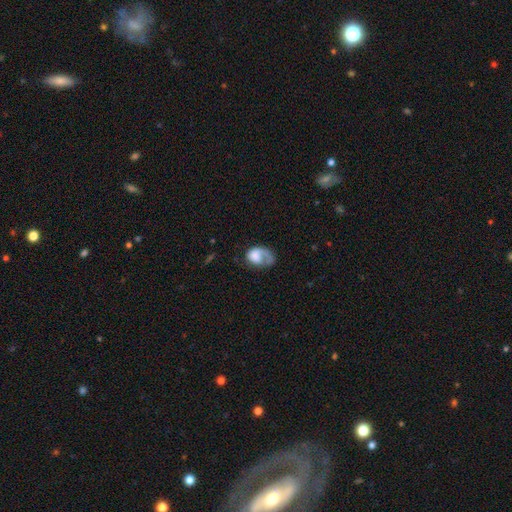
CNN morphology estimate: Smooth or featured? smooth (50%)
Merging? major disturbance (44%)